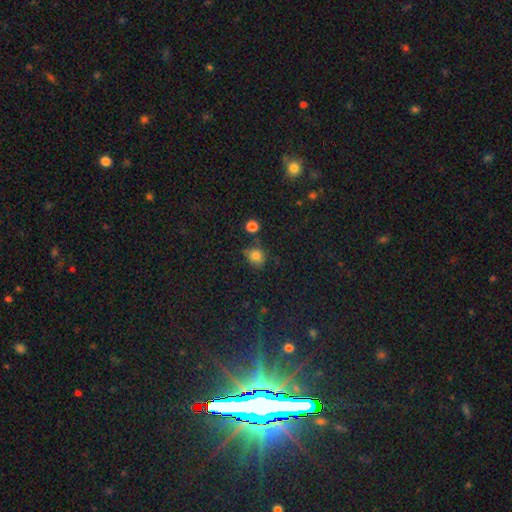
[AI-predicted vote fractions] A smooth galaxy with no disk features (79%) that is round (72%). Merging: none (69%).